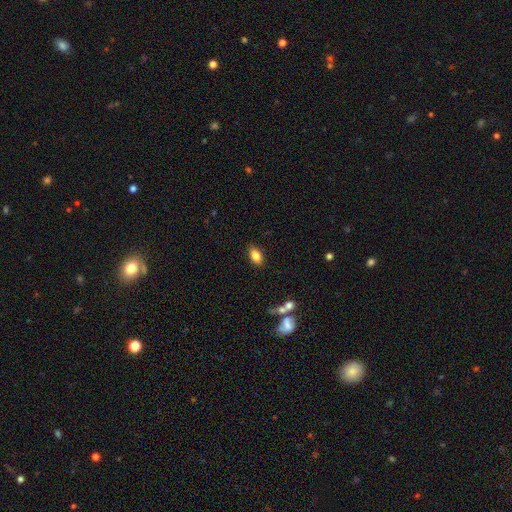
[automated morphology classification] Smooth or featured?
  - smooth: 82% *
  - featured or disk: 9%
  - star or artifact: 9%
How rounded?
  - in between: 89% *
  - round: 8%
  - cigar-shaped: 4%
Merging?
  - none: 85% *
  - minor disturbance: 10%
  - major disturbance: 3%
  - merger: 2%